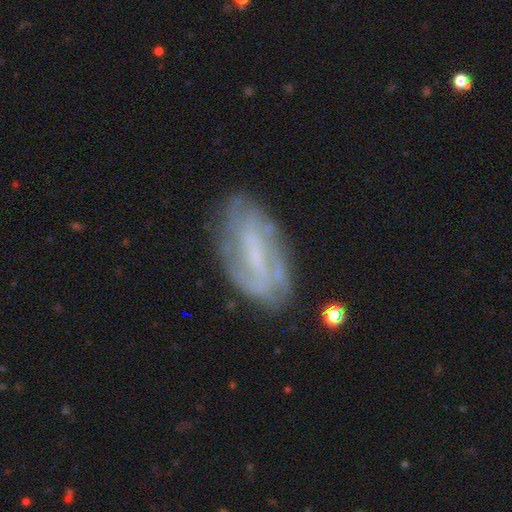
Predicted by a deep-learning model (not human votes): This is likely a featured or disk galaxy (70%). It is clearly not viewed edge-on (93%). Bar: marginally weak (44%). Spiral arm pattern: likely yes (74%). Central bulge: marginally small (45%). Merging: likely none (69%).